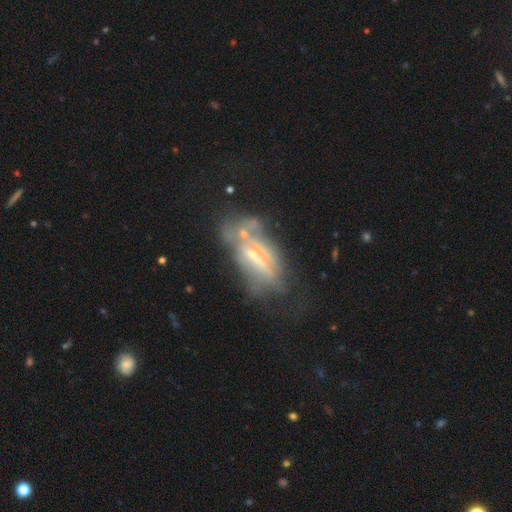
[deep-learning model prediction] The model was most divided on "merging": none: 31%, major disturbance: 27%, merger: 22%, minor disturbance: 21%. More confident: edge-on disk — no (69%); smooth or featured — featured or disk (64%).